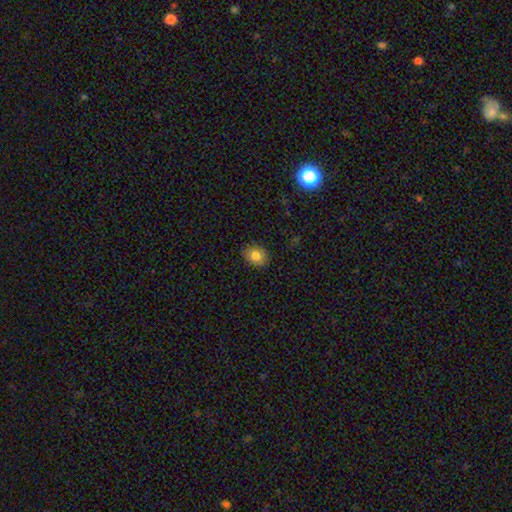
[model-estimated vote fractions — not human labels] smooth-or-featured: smooth: 82% | star or artifact: 10% | featured or disk: 9%
  how-rounded: in between: 53% | round: 46% | cigar-shaped: 1%
  merging: none: 87% | minor disturbance: 10% | major disturbance: 2% | merger: 1%